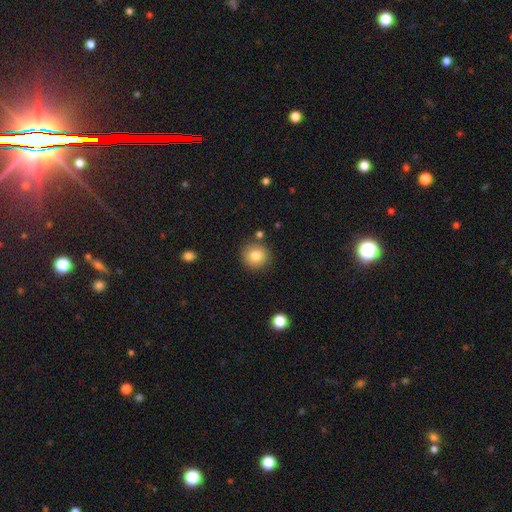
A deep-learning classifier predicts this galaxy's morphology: A smooth galaxy with no disk features (82%) that is round (92%).

Vote fractions:
- Smooth or featured? smooth: 82% / star or artifact: 9% / featured or disk: 8%
- How rounded? round: 92% / in between: 7% / cigar-shaped: 1%
- Merging? none: 86% / minor disturbance: 8% / merger: 4% / major disturbance: 2%